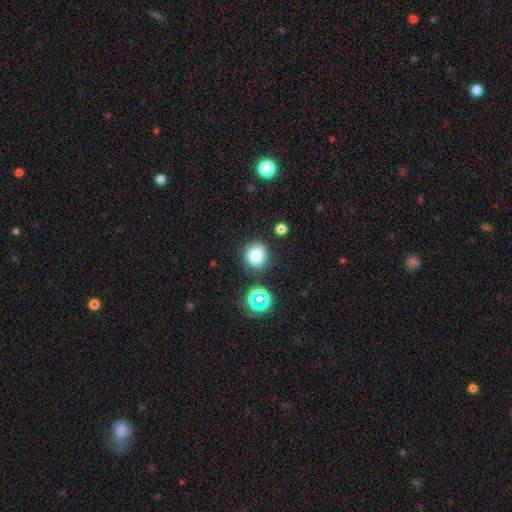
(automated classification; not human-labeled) Smooth or featured? Predicted: smooth (p=0.78). How rounded? Predicted: round (p=0.88). Merging? Predicted: none (p=0.84).